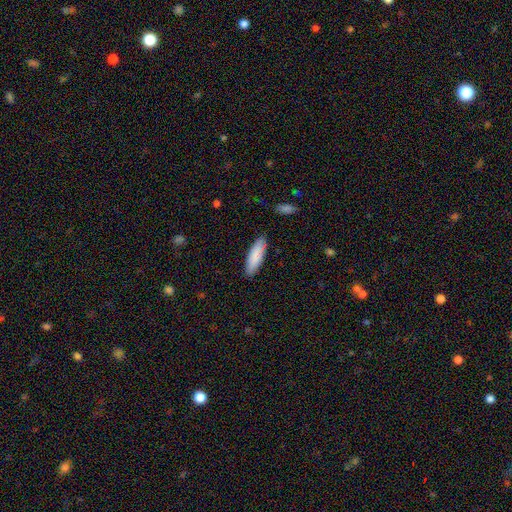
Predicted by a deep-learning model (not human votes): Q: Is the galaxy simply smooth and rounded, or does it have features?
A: smooth — 84%.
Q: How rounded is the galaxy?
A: in between — 53%.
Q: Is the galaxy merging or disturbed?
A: none — 87%.